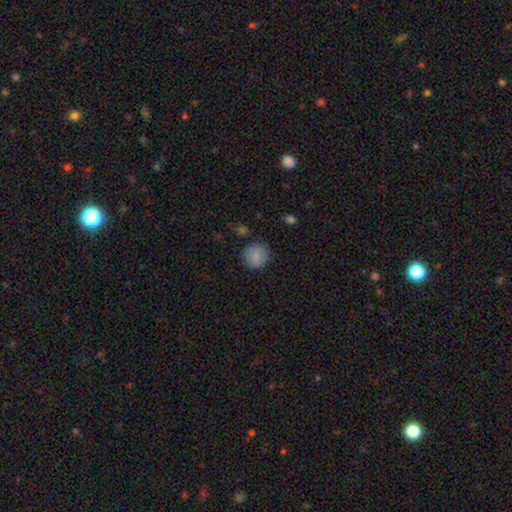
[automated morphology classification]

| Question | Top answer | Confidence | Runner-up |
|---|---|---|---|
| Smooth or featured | smooth | 83% | featured or disk (9%) |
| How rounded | round | 91% | in between (8%) |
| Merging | none | 84% | minor disturbance (12%) |